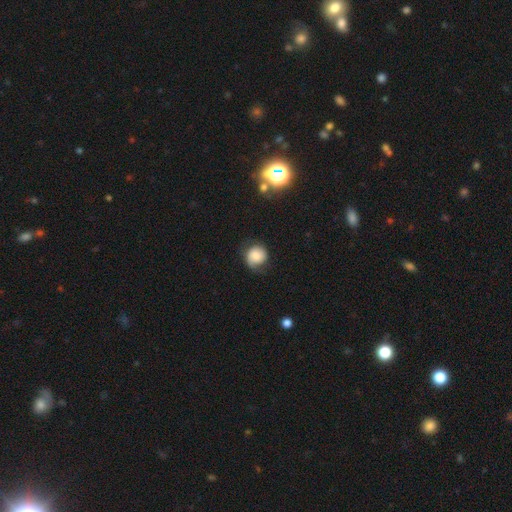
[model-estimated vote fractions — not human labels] smooth-or-featured: smooth: 71% | featured or disk: 20% | star or artifact: 9%
  how-rounded: round: 83% | in between: 16% | cigar-shaped: 1%
  merging: none: 62% | minor disturbance: 26% | major disturbance: 10% | merger: 2%